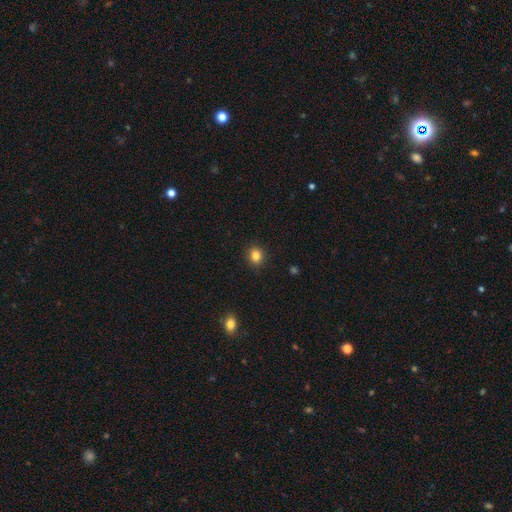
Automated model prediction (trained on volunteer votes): This is clearly a smooth galaxy (84%). How rounded: likely round (72%). Merging: clearly none (90%).